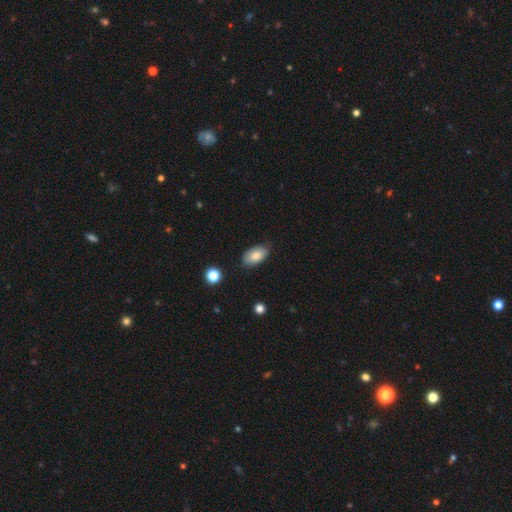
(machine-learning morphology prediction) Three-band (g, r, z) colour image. It shows a smooth galaxy with no disk features (83%) that is in between round and cigar-shaped (94%). Merging: none (79%).